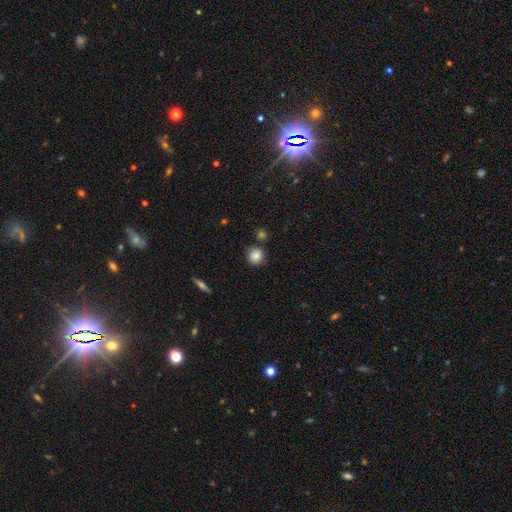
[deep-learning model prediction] Smooth or featured? Predicted: smooth (p=0.85). How rounded? Predicted: round (p=0.89). Merging? Predicted: none (p=0.79).